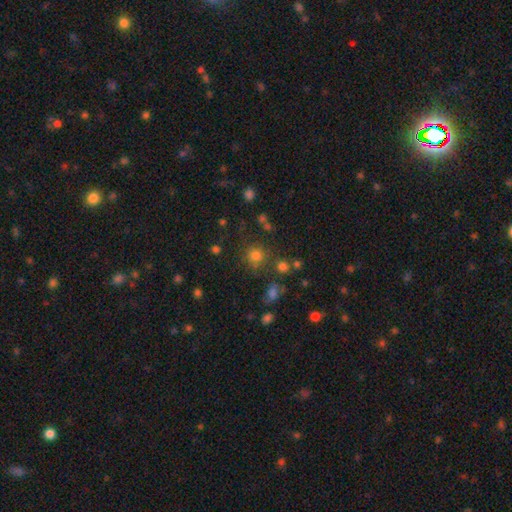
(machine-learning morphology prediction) This is likely a smooth galaxy (74%). How rounded: clearly round (90%). Merging: likely none (76%).